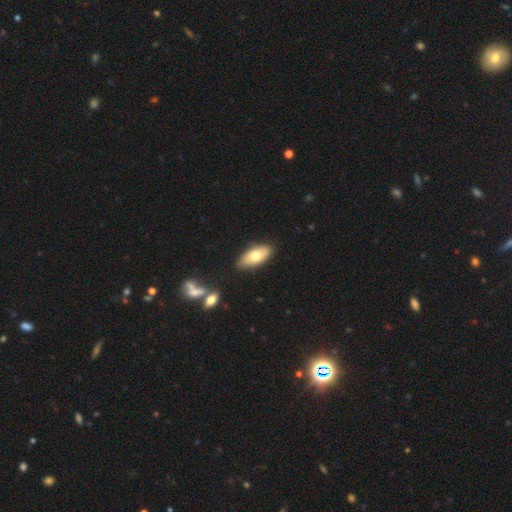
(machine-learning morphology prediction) A smooth galaxy with no disk features (70%) that is in between round and cigar-shaped (88%). Merging: none (84%).